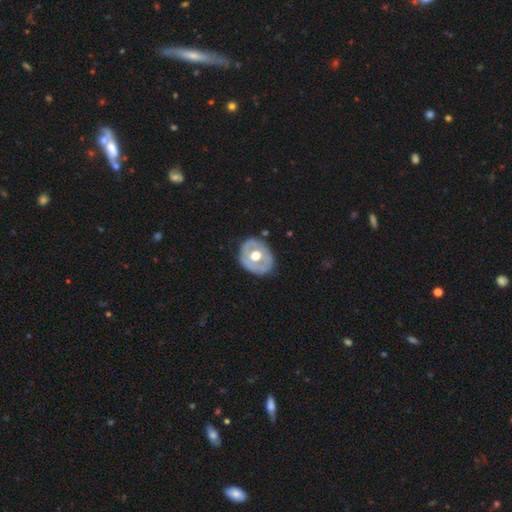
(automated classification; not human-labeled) Smooth or featured? Predicted: featured or disk (p=0.58). Edge-on disk? Predicted: no (p=0.94). Bar? Predicted: no (p=0.87). Spiral arms? Predicted: no (p=0.83). Bulge size? Predicted: moderate (p=0.73). Merging? Predicted: none (p=0.78).